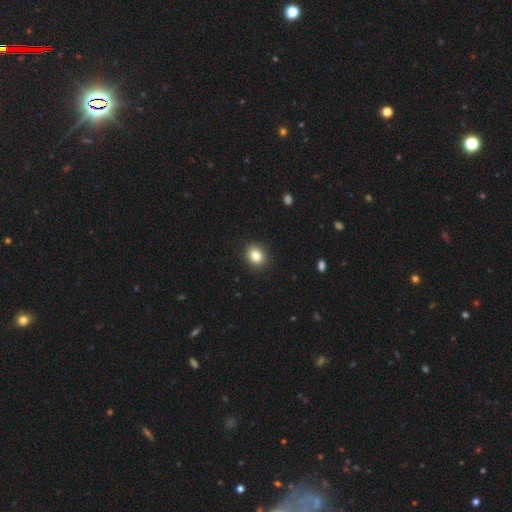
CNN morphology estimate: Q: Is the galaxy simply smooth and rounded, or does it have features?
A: smooth — 82%.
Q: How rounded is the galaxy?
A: round — 70%.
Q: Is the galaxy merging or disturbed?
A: none — 91%.